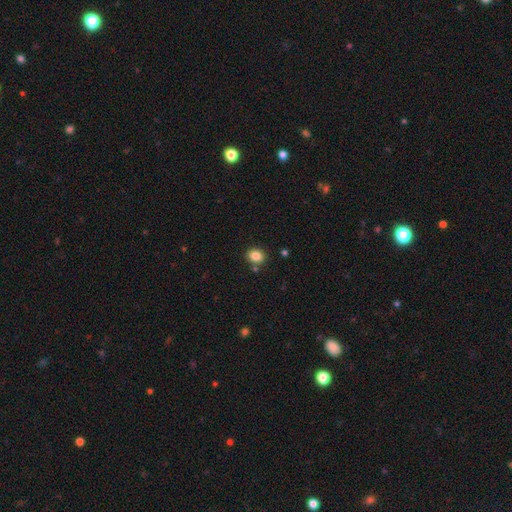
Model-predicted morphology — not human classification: This appears to be a smooth galaxy with no disk features (84%) that is round (63%). Merging: none (83%).